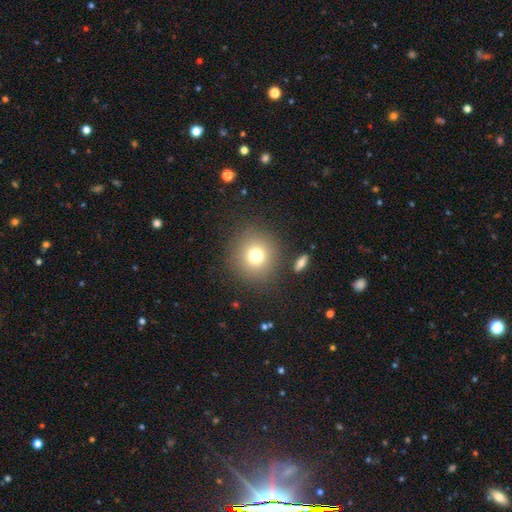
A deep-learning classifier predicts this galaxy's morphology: Smooth or featured? Predicted: smooth (p=0.75). How rounded? Predicted: round (p=0.91). Merging? Predicted: none (p=0.86).